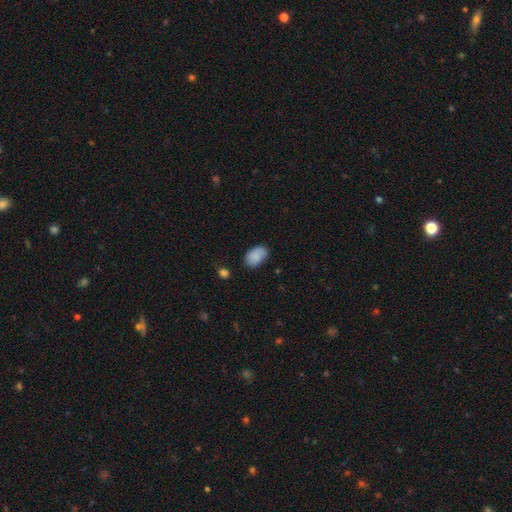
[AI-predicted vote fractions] Smooth or featured: smooth — 85% (featured or disk — 7%)
How rounded: in between — 90% (round — 9%)
Merging: none — 74% (minor disturbance — 20%)